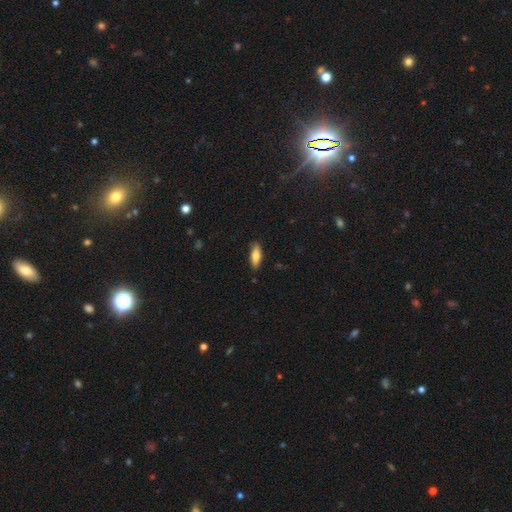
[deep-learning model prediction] This is likely a smooth galaxy (76%). How rounded: likely in between (65%). Merging: clearly none (86%).